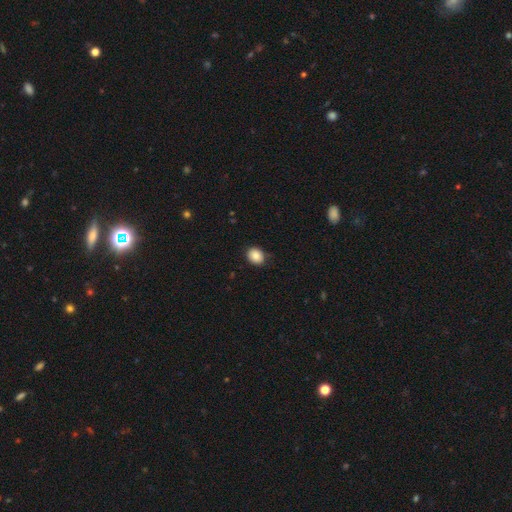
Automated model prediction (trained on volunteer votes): Smooth or featured?
  - smooth: 85% *
  - star or artifact: 9%
  - featured or disk: 6%
How rounded?
  - round: 57% *
  - in between: 43%
  - cigar-shaped: 1%
Merging?
  - none: 84% *
  - minor disturbance: 13%
  - major disturbance: 3%
  - merger: 1%